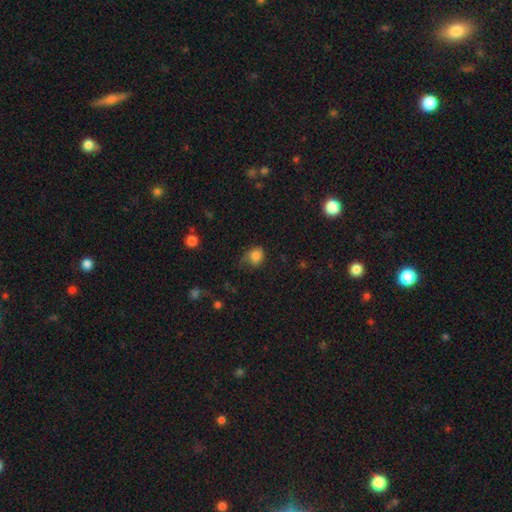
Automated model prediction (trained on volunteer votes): Morphology: type=smooth (82%); roundness=round (51%); merging=none (43%).